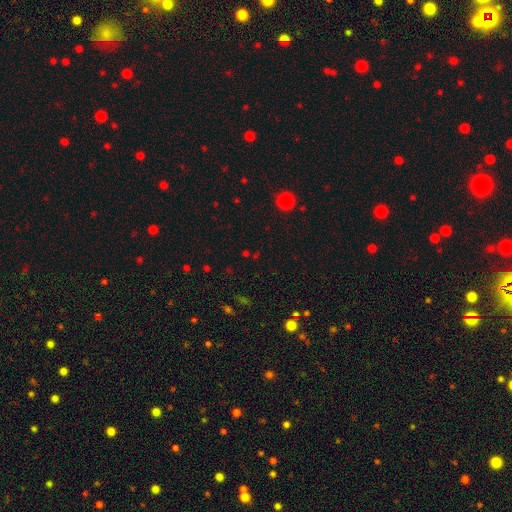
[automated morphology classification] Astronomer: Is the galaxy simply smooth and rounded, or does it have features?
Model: star or artifact — 58% (runner-up: smooth, 34%).